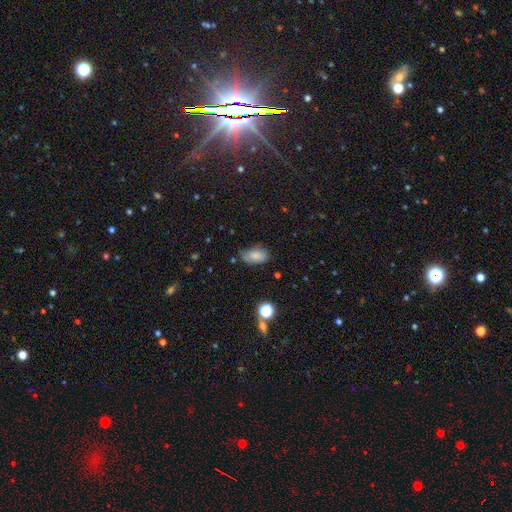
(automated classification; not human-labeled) Morphology: type=smooth (81%); roundness=in between (91%); merging=none (54%).